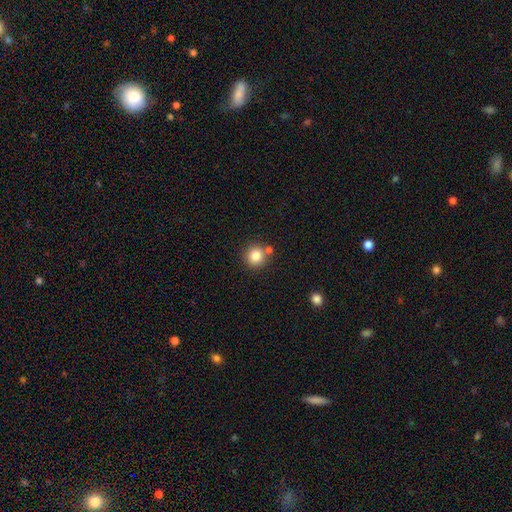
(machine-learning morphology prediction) Smooth or featured? Predicted: smooth (p=0.83). How rounded? Predicted: round (p=0.93). Merging? Predicted: none (p=0.75).